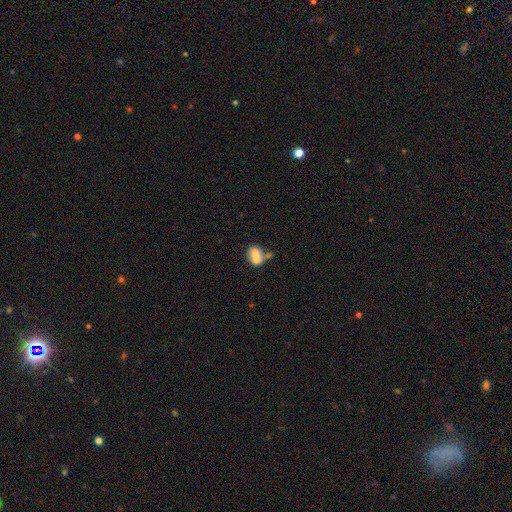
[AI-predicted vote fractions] smooth-or-featured: smooth: 58% | featured or disk: 33% | star or artifact: 9%
  how-rounded: in between: 59% | round: 39% | cigar-shaped: 2%
  merging: merger: 48% | none: 30% | minor disturbance: 14% | major disturbance: 8%